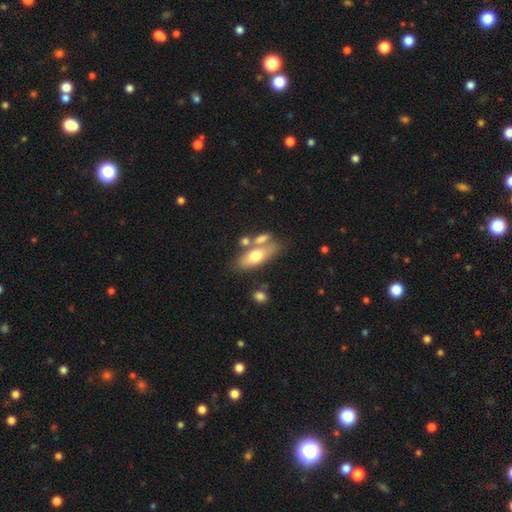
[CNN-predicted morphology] The model was most divided on "merging": none: 54%, merger: 26%, minor disturbance: 14%, major disturbance: 5%. More confident: how rounded — in between (70%); smooth or featured — smooth (64%).